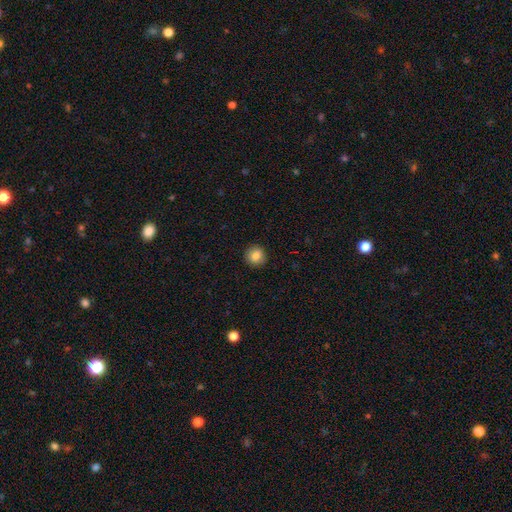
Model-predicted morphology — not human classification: This is clearly a smooth galaxy (85%). How rounded: clearly round (91%). Merging: clearly none (92%).